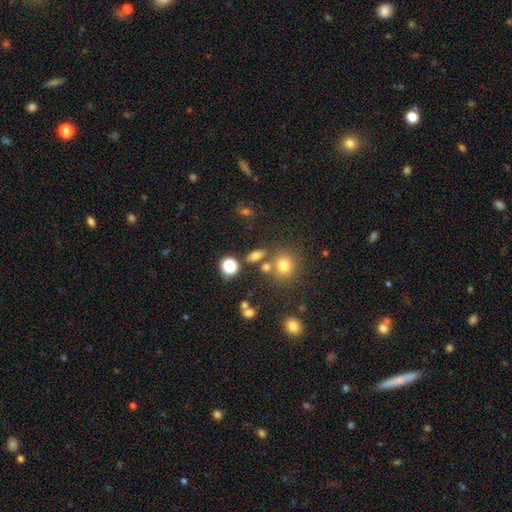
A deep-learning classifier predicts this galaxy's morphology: smooth_or_featured: smooth (p=0.65) [alt: star or artifact p=0.19]
how_rounded: in between (p=0.57) [alt: round p=0.29]
merging: none (p=0.67) [alt: merger p=0.17]